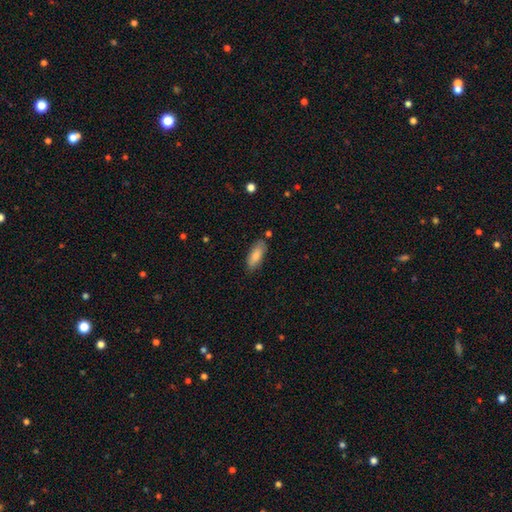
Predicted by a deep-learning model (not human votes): Morphology: type=smooth (83%); roundness=in between (78%); merging=none (79%).